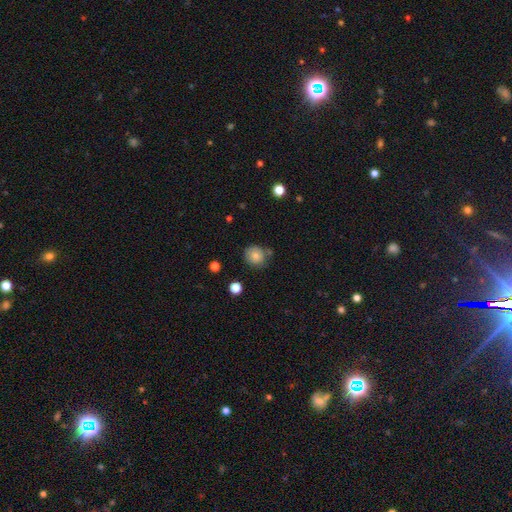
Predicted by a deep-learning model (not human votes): Overall: smooth (80%). How rounded: round (86%). Merging: none (71%).